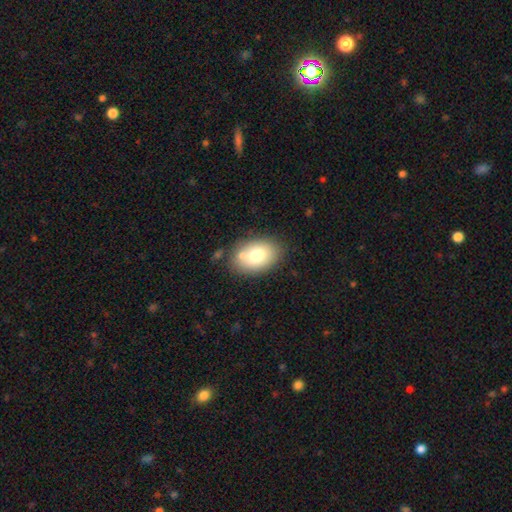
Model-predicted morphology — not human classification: Smooth or featured: smooth — 73% (featured or disk — 18%)
How rounded: in between — 82% (round — 17%)
Merging: none — 72% (minor disturbance — 14%)